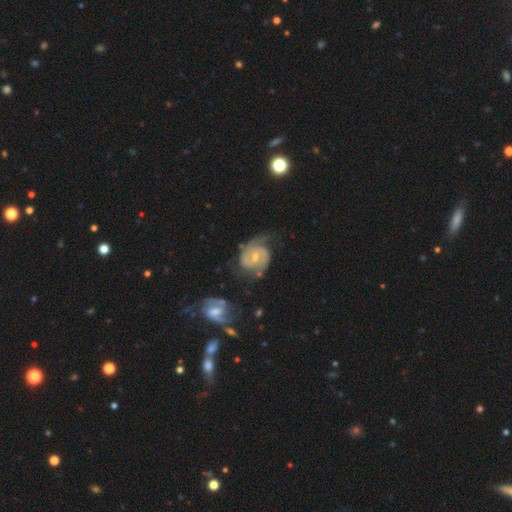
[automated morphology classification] featured or disk 82%, smooth 13%, star or artifact 5%. Down the decision tree: edge-on disk — no (97%); bar — no (46%); spiral arms — yes (94%); spiral arm count — 2 (72%); spiral winding — tight (44%); bulge size — moderate (50%); merging — none (49%).